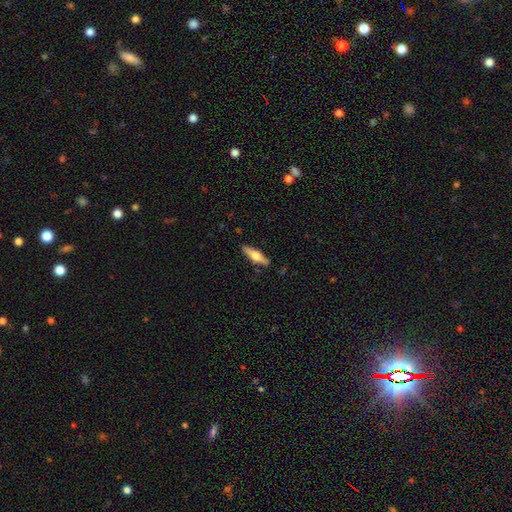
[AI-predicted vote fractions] Smooth or featured?
  - featured or disk: 51% *
  - smooth: 44%
  - star or artifact: 5%
Edge-on disk?
  - yes: 93% *
  - no: 7%
Merging?
  - none: 86% *
  - minor disturbance: 10%
  - major disturbance: 2%
  - merger: 1%